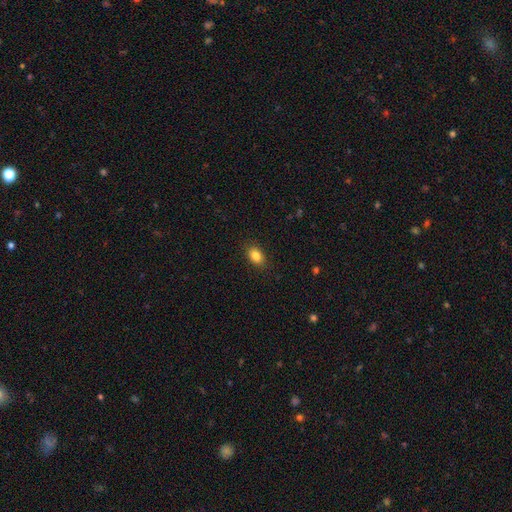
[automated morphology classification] Smooth or featured: smooth — 85% (star or artifact — 9%)
How rounded: in between — 80% (round — 19%)
Merging: none — 88% (minor disturbance — 9%)